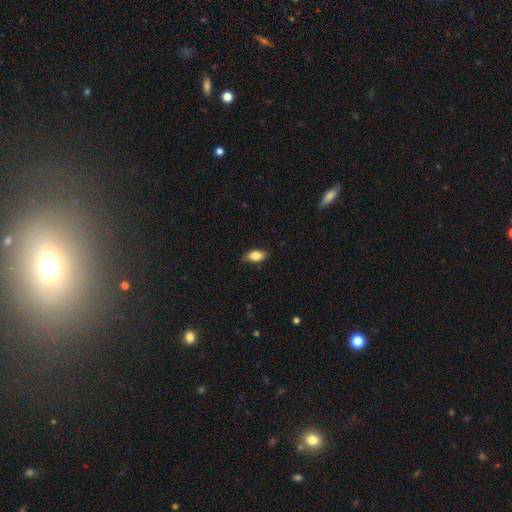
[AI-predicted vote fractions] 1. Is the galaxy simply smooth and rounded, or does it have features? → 84% smooth, 9% featured or disk, 7% star or artifact.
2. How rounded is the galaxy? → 90% in between, 6% round, 4% cigar-shaped.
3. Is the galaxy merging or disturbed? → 75% none, 20% minor disturbance, 3% major disturbance, 1% merger.